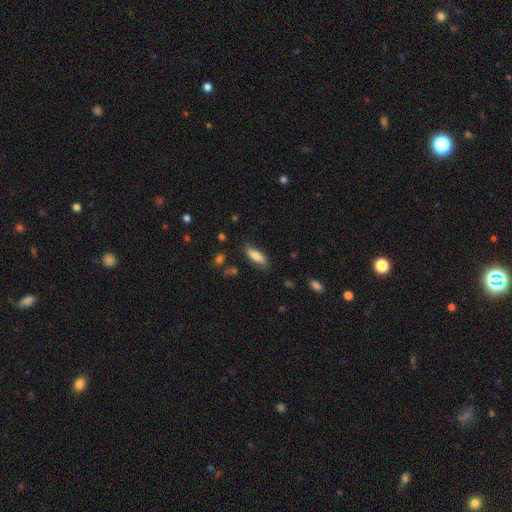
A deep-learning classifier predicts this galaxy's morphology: smooth_or_featured: smooth (p=0.75) [alt: featured or disk p=0.18]
how_rounded: in between (p=0.58) [alt: cigar-shaped p=0.40]
merging: none (p=0.76) [alt: minor disturbance p=0.18]